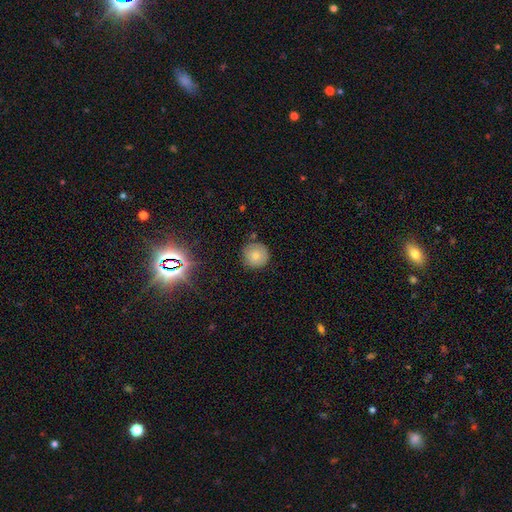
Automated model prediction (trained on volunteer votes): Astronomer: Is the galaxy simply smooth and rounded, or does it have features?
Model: smooth — 76%.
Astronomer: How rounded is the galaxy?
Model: round — 94%.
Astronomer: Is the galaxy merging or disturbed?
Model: none — 82%.